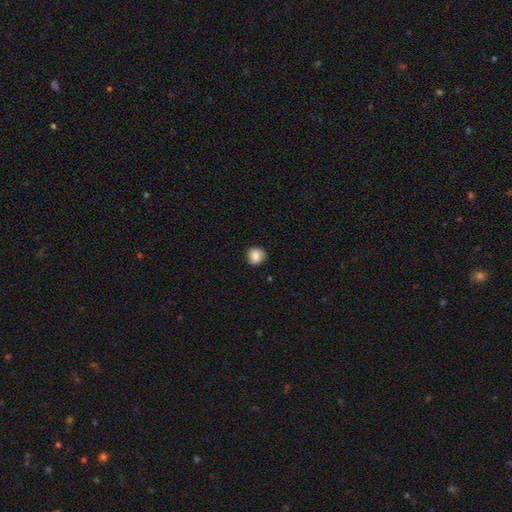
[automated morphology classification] Q: Smooth or featured?
A: smooth (85%); runner-up: star or artifact (9%)
Q: How rounded?
A: round (83%); runner-up: in between (16%)
Q: Merging?
A: none (82%); runner-up: minor disturbance (14%)